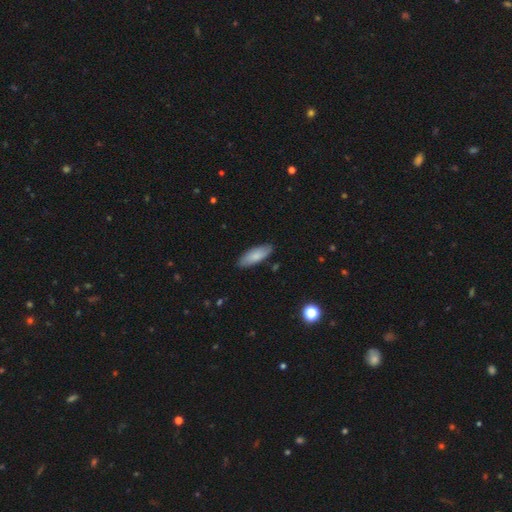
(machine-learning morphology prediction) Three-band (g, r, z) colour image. It shows a smooth galaxy with no disk features (83%) that is in between round and cigar-shaped (69%). Merging: none (86%).